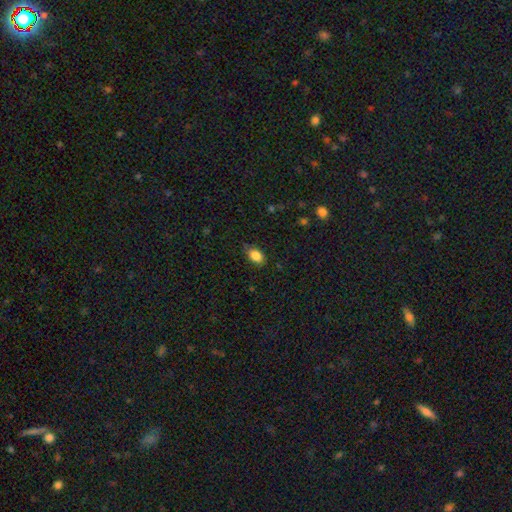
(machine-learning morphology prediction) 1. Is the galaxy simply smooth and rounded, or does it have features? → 86% smooth, 9% star or artifact, 6% featured or disk.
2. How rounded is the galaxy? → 87% in between, 11% round, 2% cigar-shaped.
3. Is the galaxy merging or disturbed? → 80% none, 16% minor disturbance, 3% major disturbance, 1% merger.